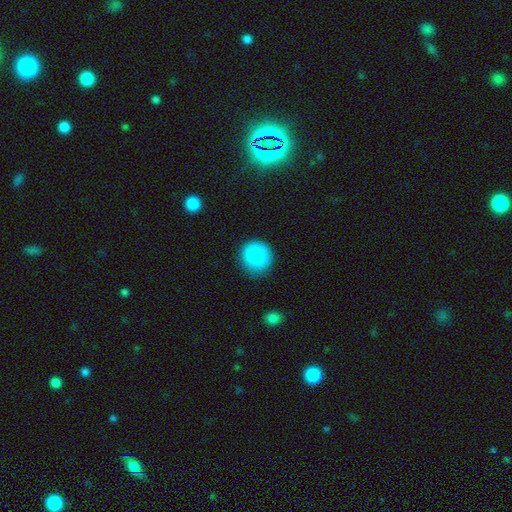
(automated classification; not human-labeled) Smooth or featured? Predicted: smooth (p=0.85). How rounded? Predicted: round (p=0.91). Merging? Predicted: none (p=0.82).